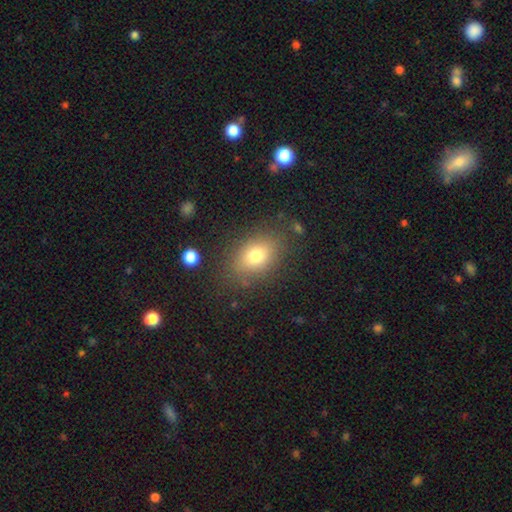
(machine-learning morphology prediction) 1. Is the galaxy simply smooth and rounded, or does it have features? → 76% smooth, 13% featured or disk, 11% star or artifact.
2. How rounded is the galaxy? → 75% in between, 23% round, 2% cigar-shaped.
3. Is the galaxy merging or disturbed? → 80% none, 13% minor disturbance, 5% major disturbance, 2% merger.